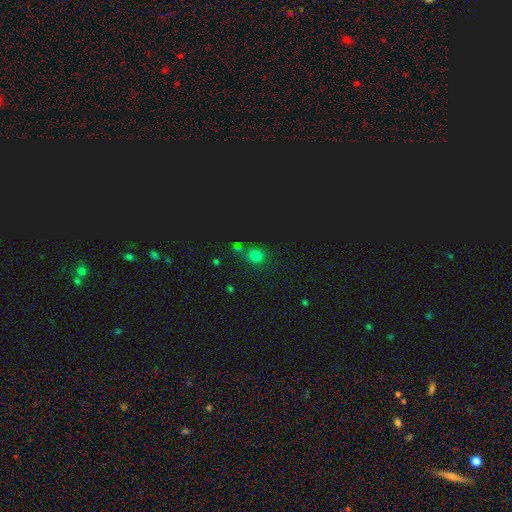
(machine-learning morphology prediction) smooth_or_featured: smooth (p=0.65) [alt: star or artifact p=0.29]
how_rounded: round (p=0.85) [alt: in between p=0.14]
merging: none (p=0.68) [alt: merger p=0.18]